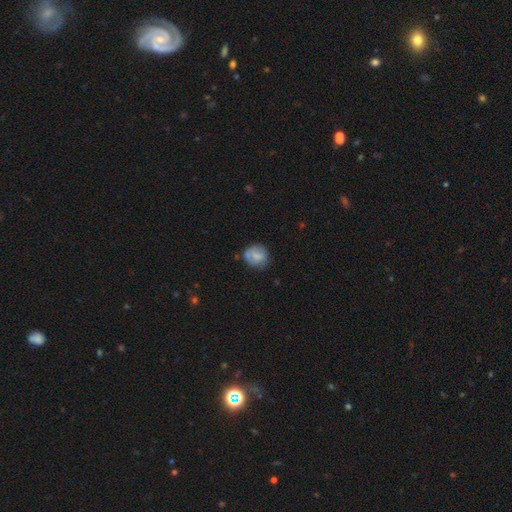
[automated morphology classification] This is likely a smooth galaxy (68%). How rounded: clearly round (81%). Merging: likely none (65%).